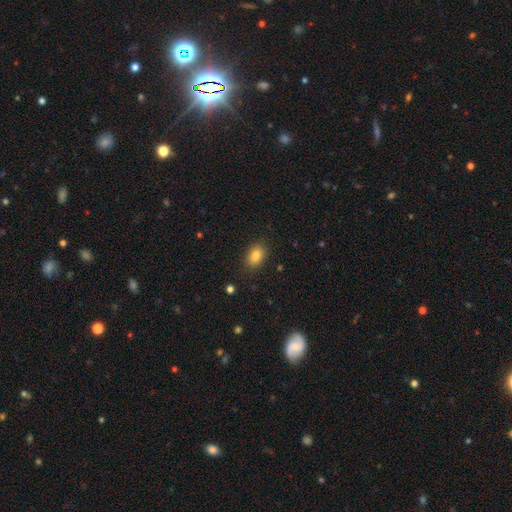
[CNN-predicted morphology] Smooth or featured? Predicted: smooth (p=0.82). How rounded? Predicted: in between (p=0.78). Merging? Predicted: none (p=0.87).